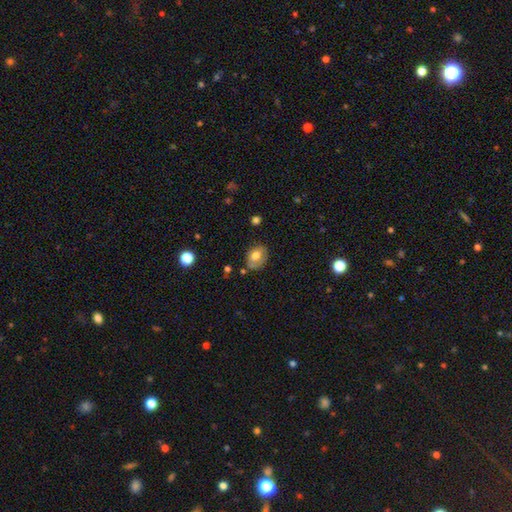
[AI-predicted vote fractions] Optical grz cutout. It shows a smooth galaxy with no disk features (69%) that is in between round and cigar-shaped (67%). Merging: none (64%).